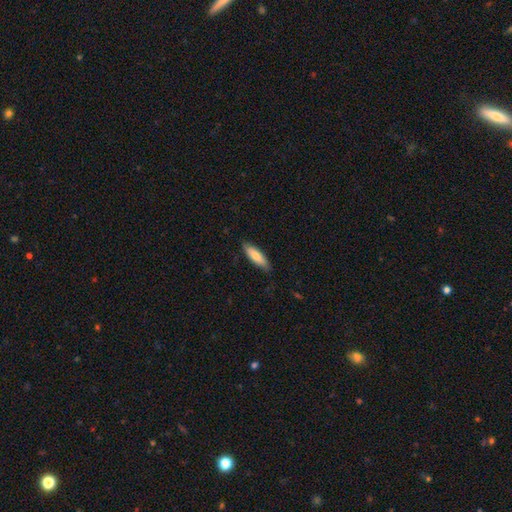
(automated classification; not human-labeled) smooth-or-featured: smooth: 77% | featured or disk: 17% | star or artifact: 6%
  how-rounded: cigar-shaped: 50% | in between: 48% | round: 2%
  merging: none: 81% | minor disturbance: 15% | major disturbance: 2% | merger: 1%